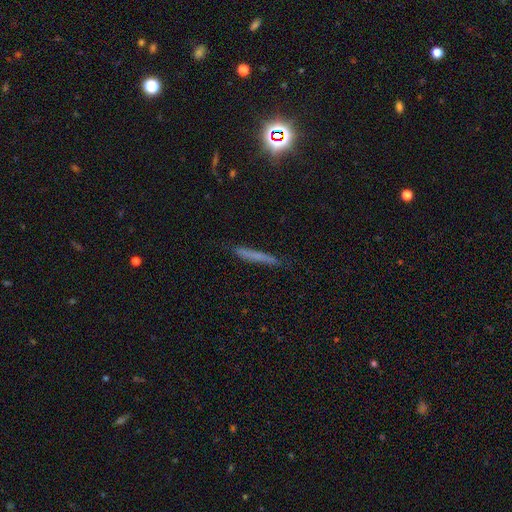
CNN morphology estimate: Overall: smooth (59%; featured or disk 28%). How rounded: cigar-shaped (95%). Merging: none (83%).